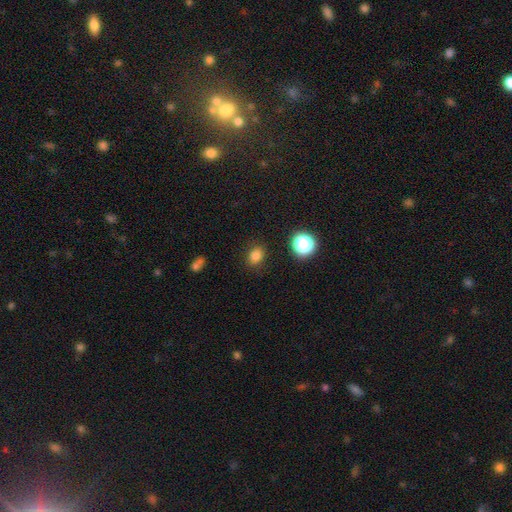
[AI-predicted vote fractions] Morphology: type=smooth (80%); roundness=in between (55%); merging=none (85%).